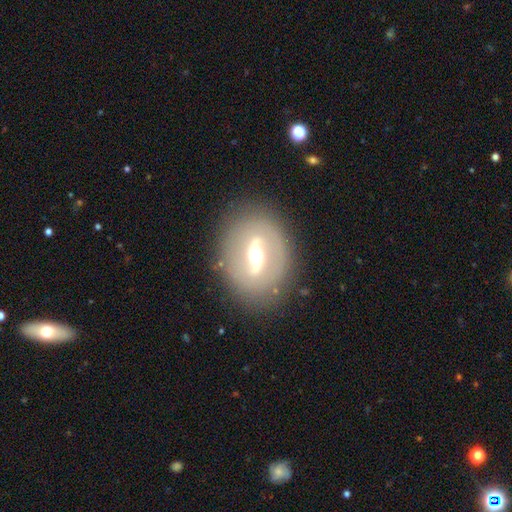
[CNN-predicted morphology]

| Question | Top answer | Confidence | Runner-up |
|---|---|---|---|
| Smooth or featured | featured or disk | 74% | smooth (20%) |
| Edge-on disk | no | 91% | yes (9%) |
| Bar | strong | 50% | weak (38%) |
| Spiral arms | yes | 54% | no (46%) |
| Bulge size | moderate | 66% | small (22%) |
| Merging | none | 82% | minor disturbance (11%) |